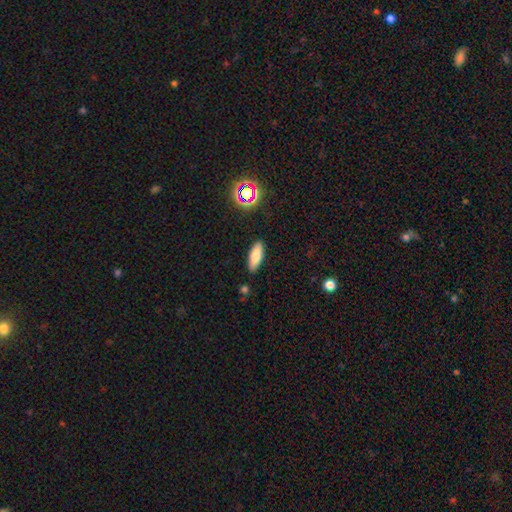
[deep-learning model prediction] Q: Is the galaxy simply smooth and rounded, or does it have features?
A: smooth — 78%.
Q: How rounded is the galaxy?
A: in between — 66%.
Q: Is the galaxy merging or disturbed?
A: none — 88%.